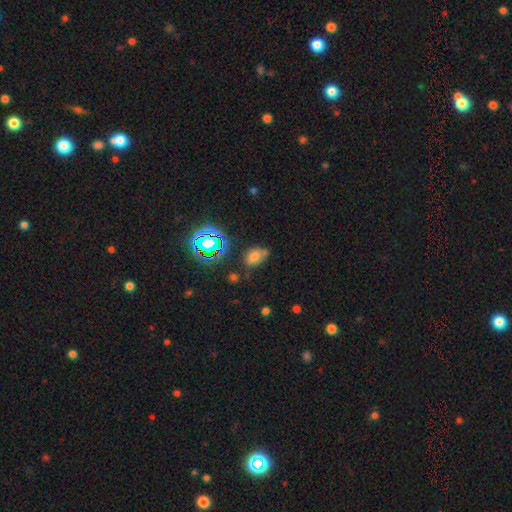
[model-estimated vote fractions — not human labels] smooth_or_featured: smooth (p=0.64) [alt: star or artifact p=0.24]
how_rounded: in between (p=0.81) [alt: round p=0.17]
merging: none (p=0.59) [alt: minor disturbance p=0.22]